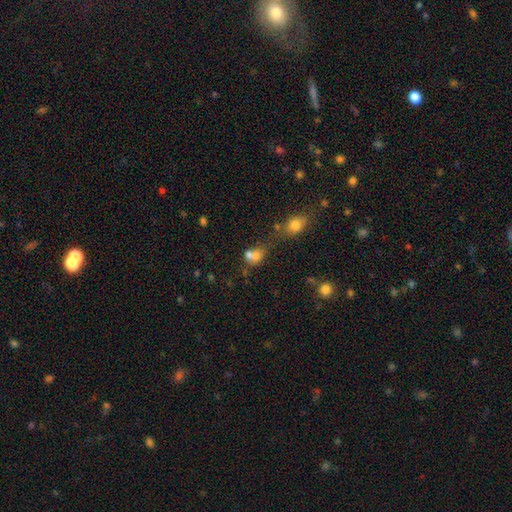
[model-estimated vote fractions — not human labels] Smooth or featured?
  - smooth: 70% *
  - star or artifact: 16%
  - featured or disk: 14%
How rounded?
  - in between: 52% *
  - round: 46%
  - cigar-shaped: 2%
Merging?
  - merger: 55% *
  - none: 25%
  - minor disturbance: 11%
  - major disturbance: 9%